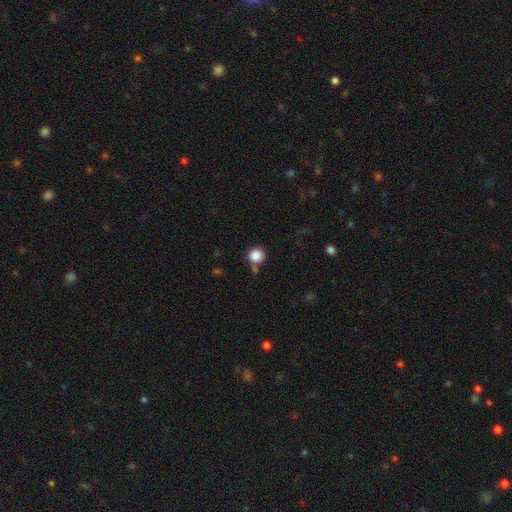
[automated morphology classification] A smooth galaxy with no disk features (86%) that is round (93%). Merging: none (72%).